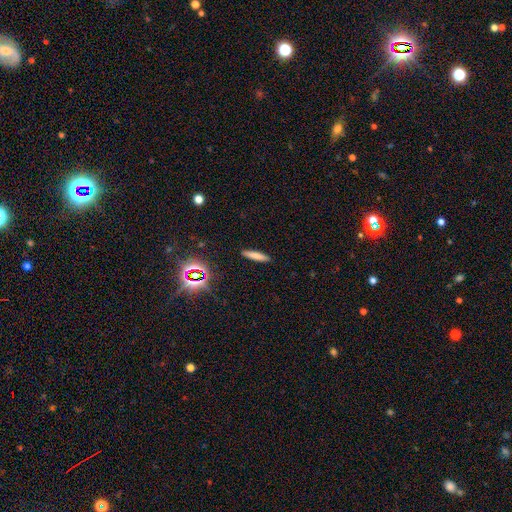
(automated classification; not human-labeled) smooth-or-featured: smooth: 74% | featured or disk: 13% | star or artifact: 13%
  how-rounded: cigar-shaped: 85% | in between: 13% | round: 2%
  merging: none: 90% | minor disturbance: 7% | major disturbance: 2% | merger: 1%